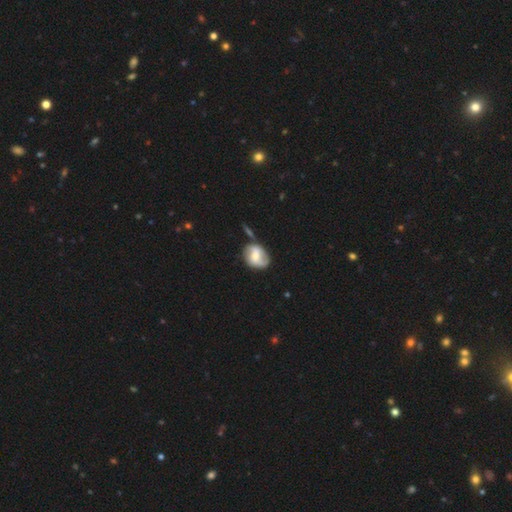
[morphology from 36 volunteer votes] A featured or disk galaxy (64%) with a weak bar (52%), 2 (100%) loose (63%) spiral arms (90%) and a moderate central bulge (62%).

Vote fractions:
- Smooth or featured? featured or disk: 64% / smooth: 36% / star or artifact: 0%
- Edge-on disk? no: 91% / yes: 9%
- Bar? weak: 52% / no: 38% / strong: 10%
- Spiral arms? yes: 90% / no: 10%
- Spiral winding? loose: 63% / medium: 21% / tight: 16%
- Spiral arm count? 2: 100% / 1: 0% / 3: 0% / 4: 0% / more than 4: 0% / can't tell: 0%
- Bulge size? moderate: 62% / small: 29% / large: 5% / none: 5% / dominant: 0%
- Merging? none: 56% / minor disturbance: 28% / major disturbance: 8% / merger: 8%